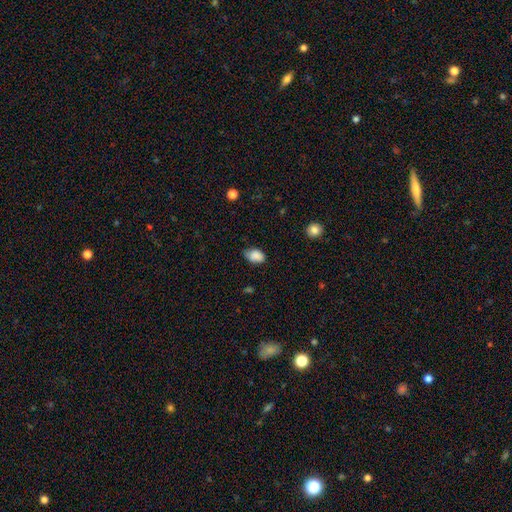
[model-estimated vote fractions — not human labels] Smooth or featured?
  - smooth: 86% *
  - star or artifact: 8%
  - featured or disk: 6%
How rounded?
  - in between: 85% *
  - round: 14%
  - cigar-shaped: 1%
Merging?
  - none: 61% *
  - minor disturbance: 32%
  - major disturbance: 6%
  - merger: 2%